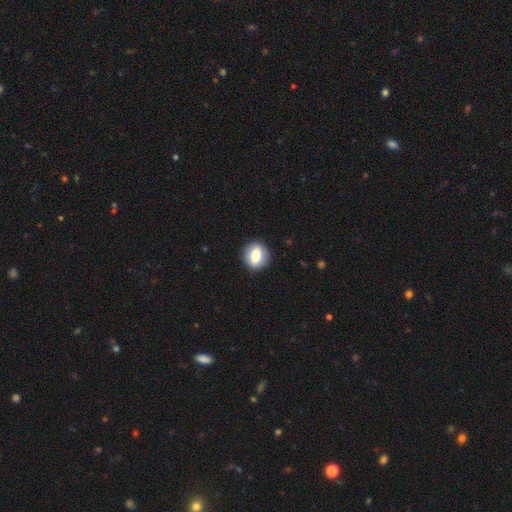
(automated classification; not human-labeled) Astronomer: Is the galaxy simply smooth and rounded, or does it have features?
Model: smooth — 65%.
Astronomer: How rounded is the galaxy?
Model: round — 63%.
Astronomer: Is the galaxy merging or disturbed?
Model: none — 89%.